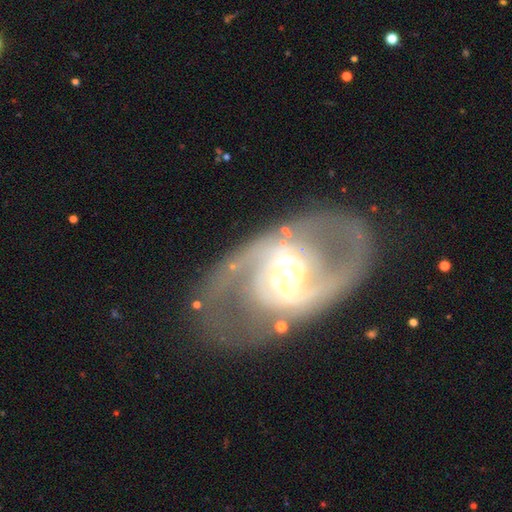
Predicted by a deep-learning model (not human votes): This appears to be a featured or disk galaxy (88%) with a weak bar (44%), 2 (87%) medium (54%) spiral arms (93%) and a moderate central bulge (54%). Merging: none (75%).